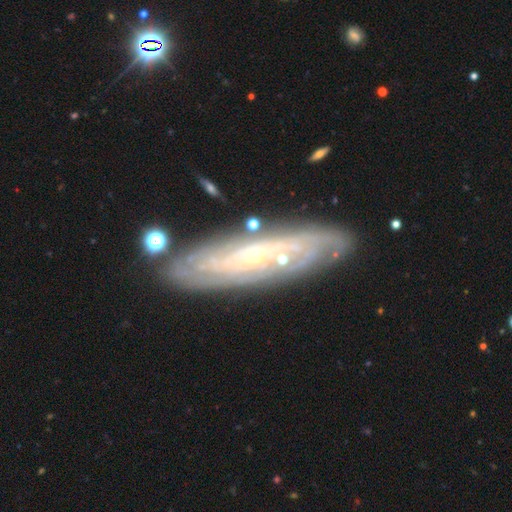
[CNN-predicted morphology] Smooth or featured: featured or disk — 83% (smooth — 11%)
Edge-on disk: no — 77% (yes — 23%)
Bar: no — 70% (weak — 22%)
Spiral arms: yes — 91% (no — 9%)
Spiral winding: tight — 74% (medium — 20%)
Spiral arm count: can't tell — 54% (2 — 14%)
Bulge size: small — 83% (moderate — 13%)
Merging: none — 82% (minor disturbance — 12%)